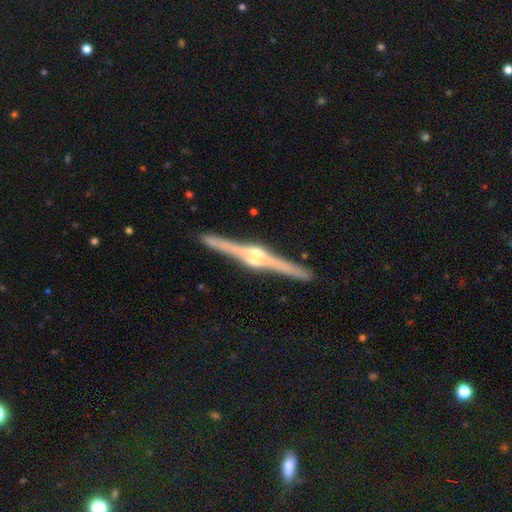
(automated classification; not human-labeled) Smooth or featured? Predicted: featured or disk (p=0.89). Edge-on disk? Predicted: yes (p=0.99). Edge-on bulge? Predicted: rounded (p=0.89). Merging? Predicted: none (p=0.91).